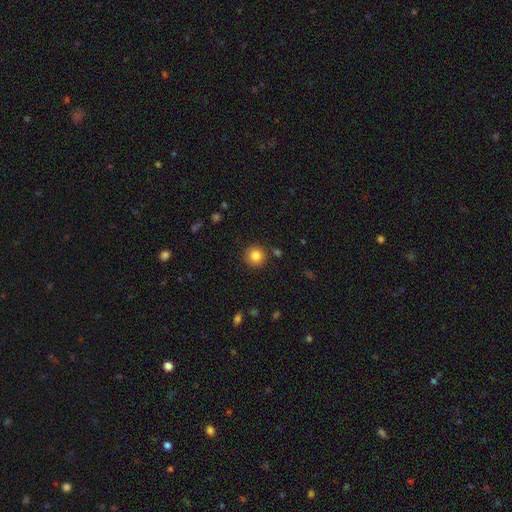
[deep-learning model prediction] Smooth or featured? smooth (84%)
How rounded? round (94%)
Merging? none (89%)